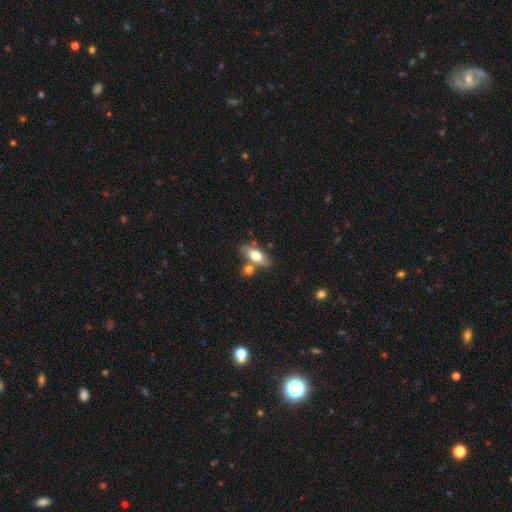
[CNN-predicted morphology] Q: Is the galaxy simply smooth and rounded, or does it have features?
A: smooth — 71%.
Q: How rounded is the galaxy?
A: in between — 82%.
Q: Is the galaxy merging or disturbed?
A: none — 58%.